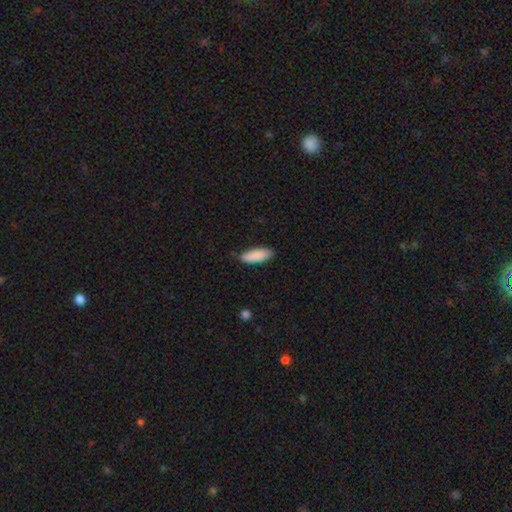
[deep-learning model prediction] smooth 88%, featured or disk 6%, star or artifact 6%. Down the decision tree: how rounded — in between (61%); merging — none (82%).